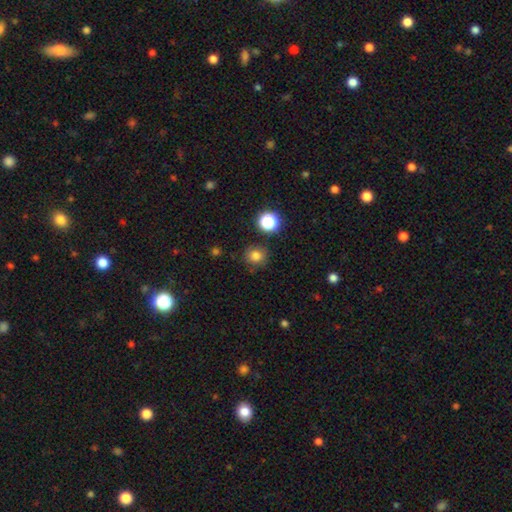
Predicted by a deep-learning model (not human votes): This appears to be a smooth galaxy with no disk features (78%) that is round (87%). Merging: none (83%).